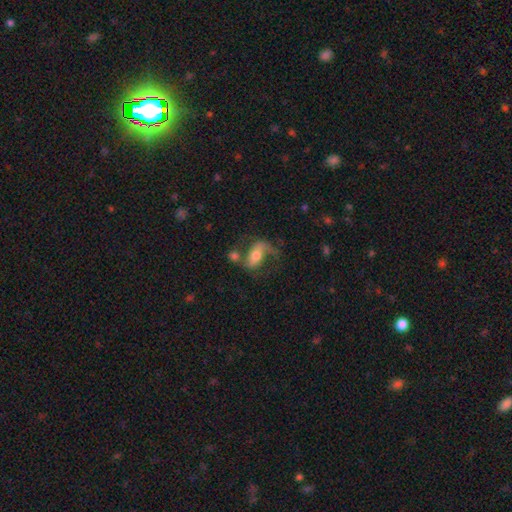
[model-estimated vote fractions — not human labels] Smooth or featured? Predicted: featured or disk (p=0.59). Edge-on disk? Predicted: no (p=0.91). Bar? Predicted: no (p=0.34, tied with weak). Spiral arms? Predicted: yes (p=0.81). Bulge size? Predicted: moderate (p=0.56). Merging? Predicted: none (p=0.39).